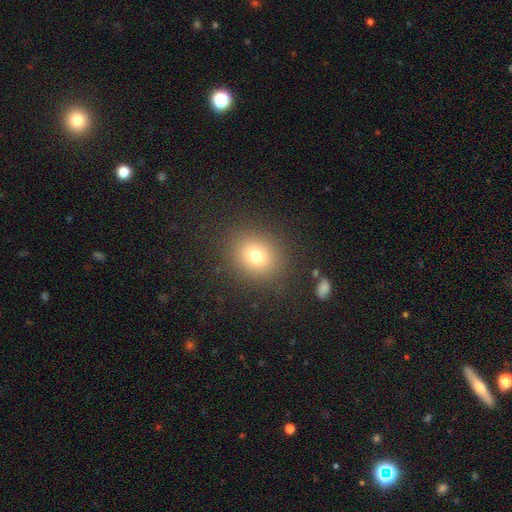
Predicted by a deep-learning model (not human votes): smooth-or-featured: smooth: 74% | star or artifact: 16% | featured or disk: 10%
  how-rounded: round: 70% | in between: 29% | cigar-shaped: 1%
  merging: none: 87% | minor disturbance: 8% | major disturbance: 4% | merger: 1%